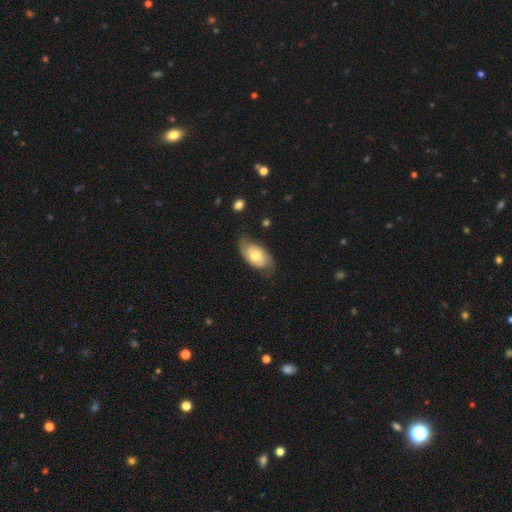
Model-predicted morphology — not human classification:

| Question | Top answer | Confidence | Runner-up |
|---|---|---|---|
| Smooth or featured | featured or disk | 63% | smooth (30%) |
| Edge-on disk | no | 94% | yes (6%) |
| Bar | no | 65% | weak (29%) |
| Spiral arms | yes | 86% | no (14%) |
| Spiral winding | medium | 41% | tight (40%) |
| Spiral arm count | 2 | 81% | can't tell (13%) |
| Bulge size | moderate | 69% | small (15%) |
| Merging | none | 71% | minor disturbance (21%) |